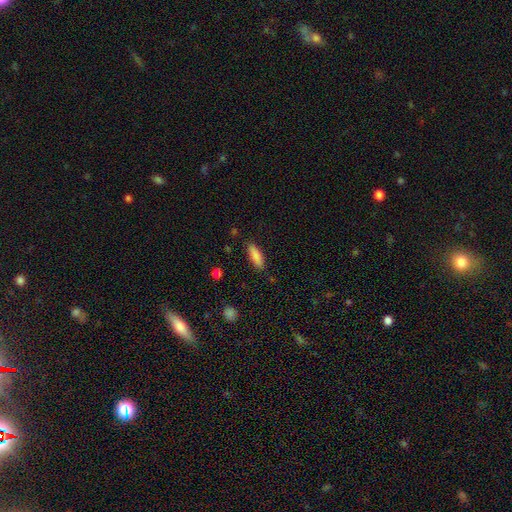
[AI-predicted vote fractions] A smooth galaxy with no disk features (86%) that is in between round and cigar-shaped (54%).

Vote fractions:
- Smooth or featured? smooth: 86% / featured or disk: 7% / star or artifact: 7%
- How rounded? in between: 54% / cigar-shaped: 44% / round: 2%
- Merging? none: 86% / minor disturbance: 10% / major disturbance: 2% / merger: 2%